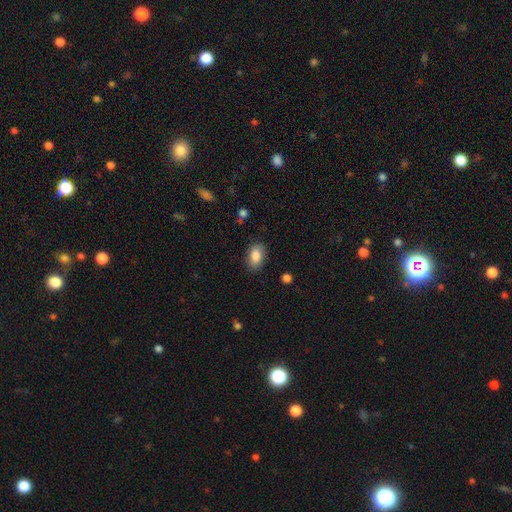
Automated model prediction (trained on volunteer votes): smooth 85%, star or artifact 7%, featured or disk 7%. Down the decision tree: how rounded — in between (88%); merging — none (84%).